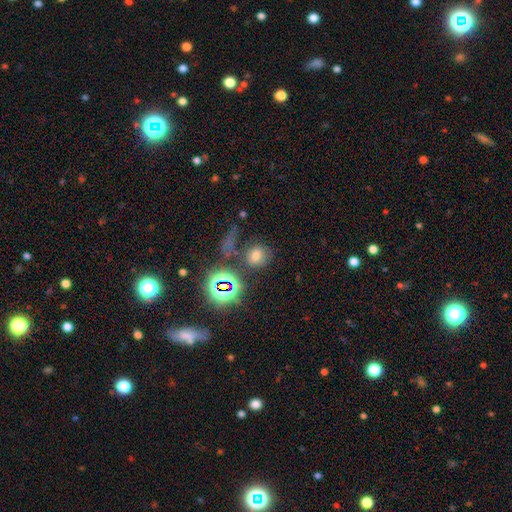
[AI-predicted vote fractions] smooth_or_featured: smooth (p=0.61) [alt: star or artifact p=0.27]
how_rounded: round (p=0.71) [alt: in between p=0.27]
merging: none (p=0.69) [alt: minor disturbance p=0.14]